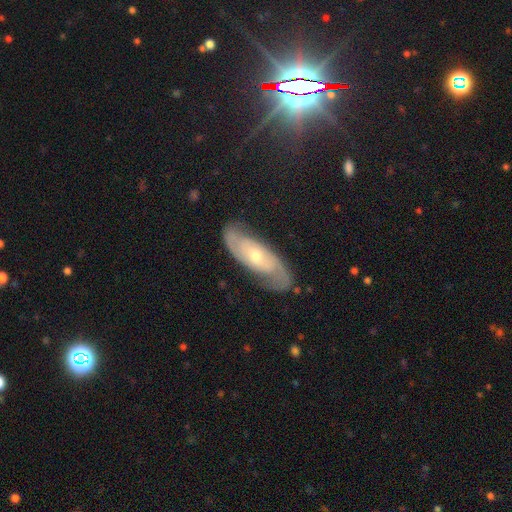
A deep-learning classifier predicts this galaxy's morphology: Smooth or featured?
  - featured or disk: 79% *
  - smooth: 14%
  - star or artifact: 7%
Edge-on disk?
  - no: 89% *
  - yes: 11%
Bar?
  - no: 64% *
  - weak: 28%
  - strong: 8%
Spiral arms?
  - yes: 92% *
  - no: 8%
Spiral winding?
  - tight: 43% *
  - medium: 40%
  - loose: 17%
Spiral arm count?
  - 2: 81% *
  - can't tell: 13%
  - 1: 2%
  - 3: 2%
  - 4: 1%
  - more than 4: 1%
Bulge size?
  - moderate: 58% *
  - small: 37%
  - large: 3%
  - none: 1%
  - dominant: 1%
Merging?
  - none: 77% *
  - minor disturbance: 16%
  - major disturbance: 6%
  - merger: 1%